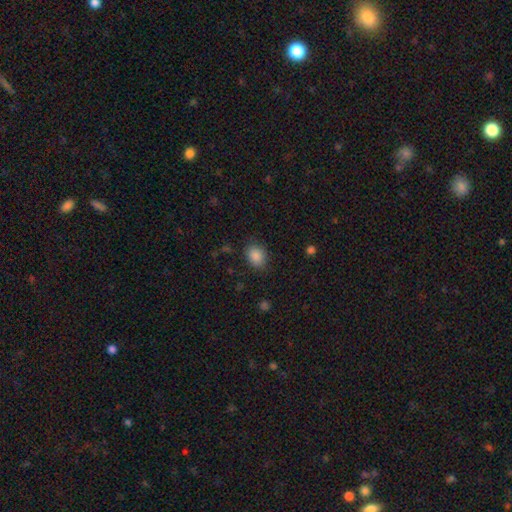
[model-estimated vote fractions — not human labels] Smooth or featured? smooth (87%)
How rounded? in between (66%)
Merging? none (82%)